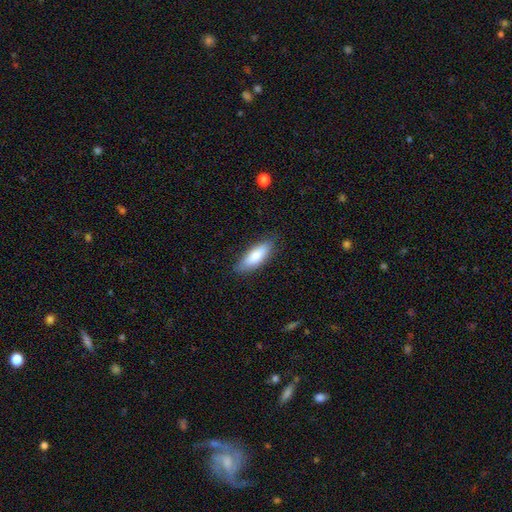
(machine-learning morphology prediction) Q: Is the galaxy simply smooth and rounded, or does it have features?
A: smooth — 79%.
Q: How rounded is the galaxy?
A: in between — 60%.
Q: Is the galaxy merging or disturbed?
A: none — 83%.